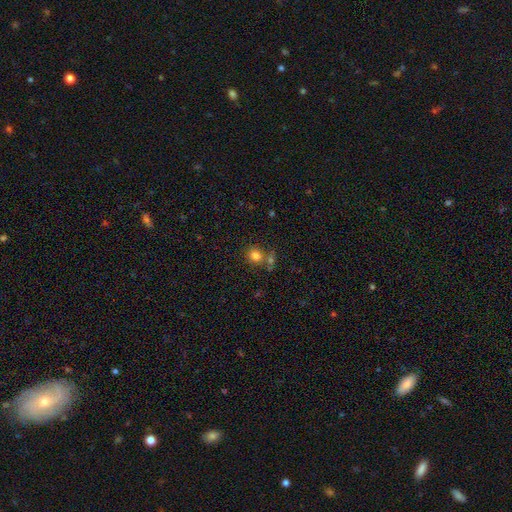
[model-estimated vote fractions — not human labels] Smooth or featured? Predicted: smooth (p=0.81). How rounded? Predicted: round (p=0.79). Merging? Predicted: none (p=0.64).